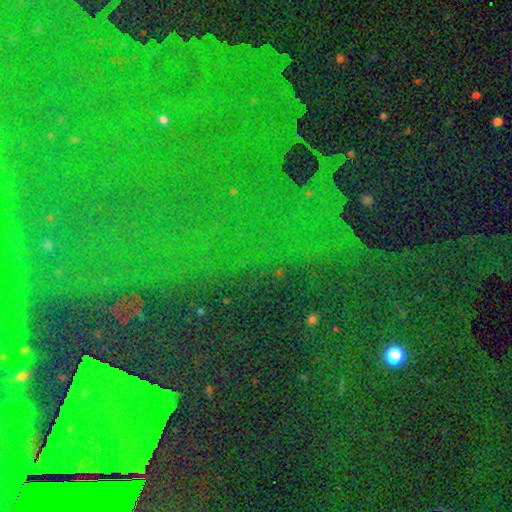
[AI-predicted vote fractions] smooth-or-featured: star or artifact: 84% | featured or disk: 9% | smooth: 8%